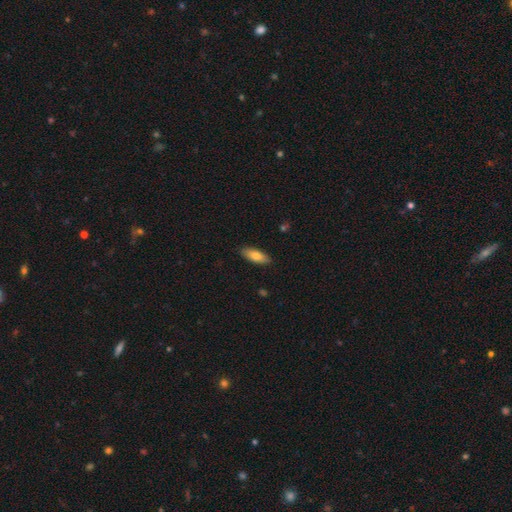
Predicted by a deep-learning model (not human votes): smooth-or-featured: smooth: 79% | featured or disk: 15% | star or artifact: 6%
  how-rounded: in between: 76% | cigar-shaped: 22% | round: 2%
  merging: none: 88% | minor disturbance: 9% | major disturbance: 2% | merger: 1%